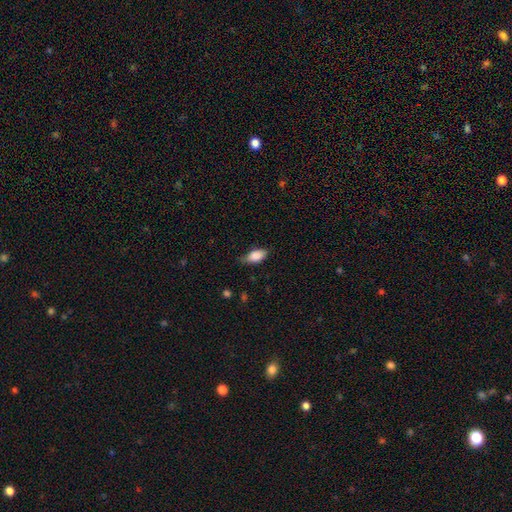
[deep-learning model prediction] A smooth galaxy with no disk features (85%) that is in between round and cigar-shaped (90%). Merging: none (68%).